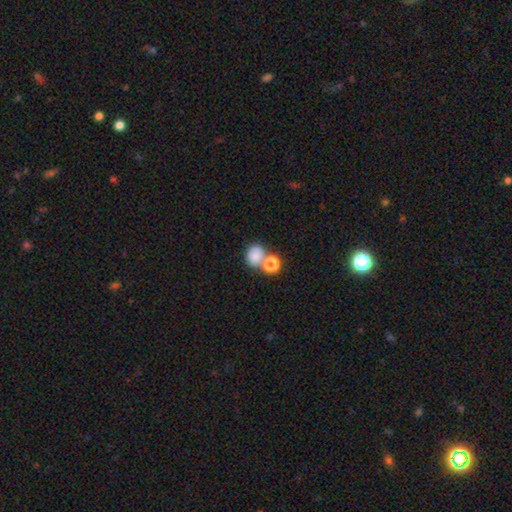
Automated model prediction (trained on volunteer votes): Smooth or featured? Predicted: smooth (p=0.81). How rounded? Predicted: round (p=0.59). Merging? Predicted: none (p=0.45).